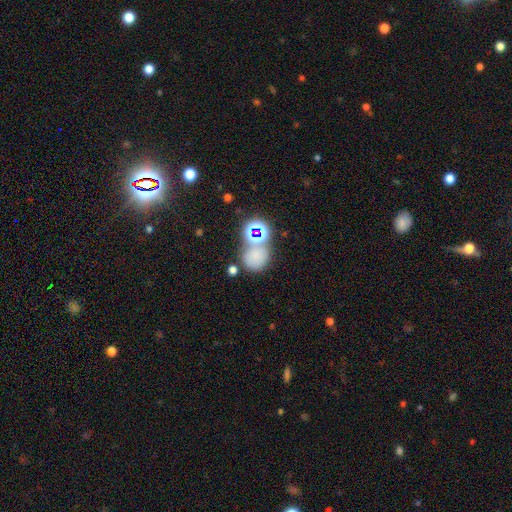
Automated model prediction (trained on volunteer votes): This is likely a smooth galaxy (64%). How rounded: likely round (76%). Merging: possibly none (54%).